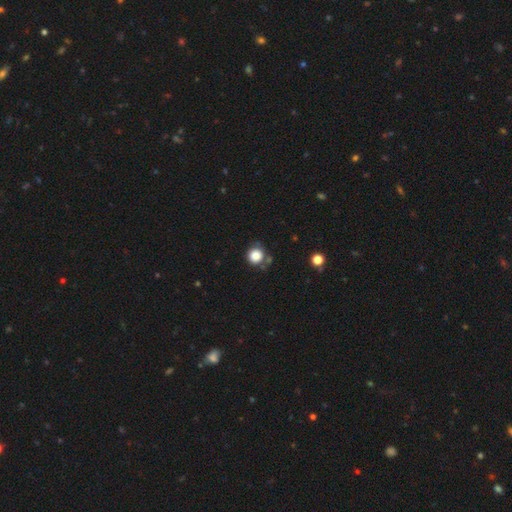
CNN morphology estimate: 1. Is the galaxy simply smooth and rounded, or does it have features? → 84% smooth, 10% star or artifact, 5% featured or disk.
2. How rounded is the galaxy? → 91% round, 8% in between, 1% cigar-shaped.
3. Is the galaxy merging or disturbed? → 73% none, 15% minor disturbance, 7% merger, 5% major disturbance.